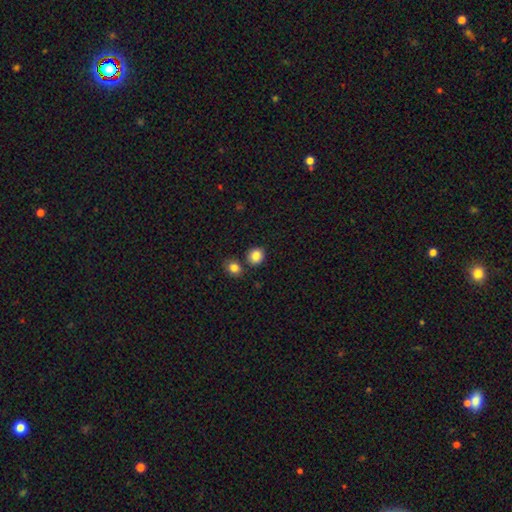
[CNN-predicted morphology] Smooth or featured?
  - smooth: 86% *
  - star or artifact: 10%
  - featured or disk: 5%
How rounded?
  - round: 78% *
  - in between: 21%
  - cigar-shaped: 1%
Merging?
  - none: 79% *
  - merger: 10%
  - minor disturbance: 8%
  - major disturbance: 2%